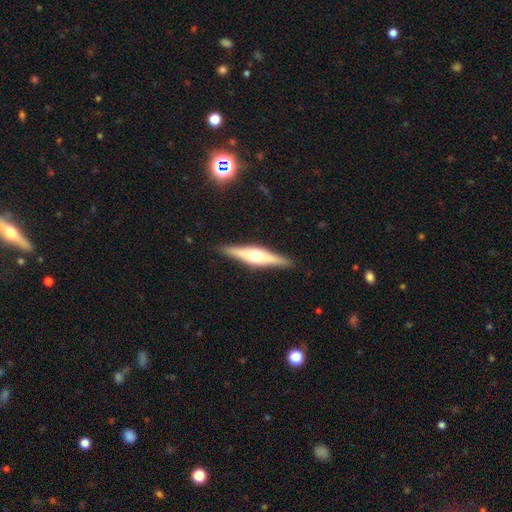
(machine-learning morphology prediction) featured or disk 71%, smooth 23%, star or artifact 6%. Down the decision tree: edge-on disk — yes (97%); edge-on bulge — rounded (87%); merging — none (89%).